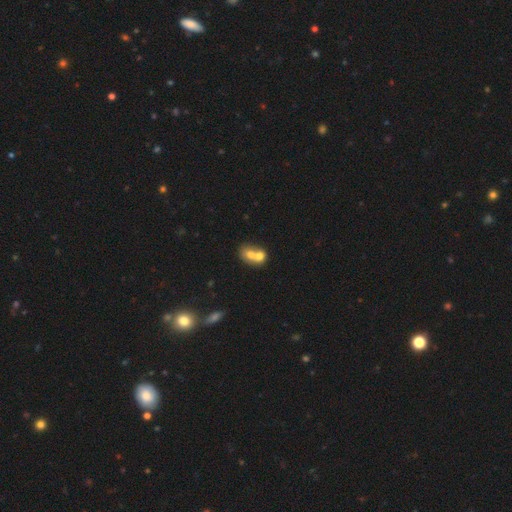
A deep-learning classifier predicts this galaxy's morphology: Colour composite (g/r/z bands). It shows a smooth galaxy with no disk features (65%) that is in between round and cigar-shaped (55%). Merging: merger (72%).